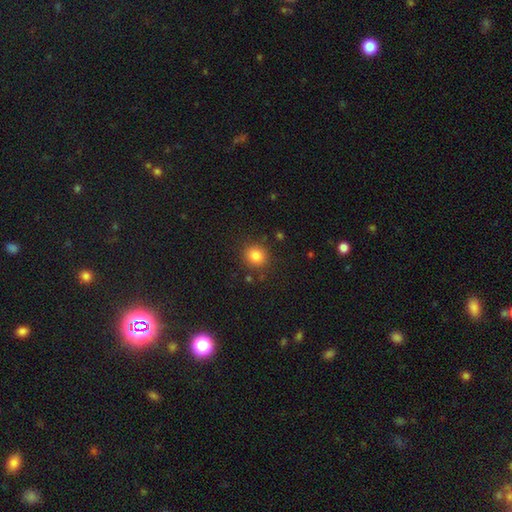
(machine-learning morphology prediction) smooth 83%, star or artifact 11%, featured or disk 6%. Down the decision tree: how rounded — round (82%); merging — none (86%).